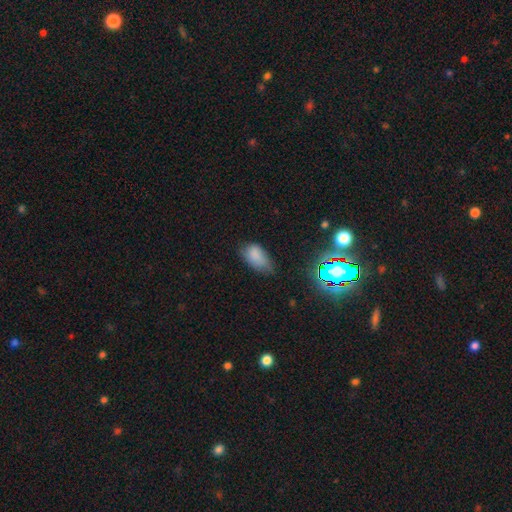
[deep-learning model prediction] Smooth or featured? smooth (79%)
How rounded? in between (91%)
Merging? none (46%)